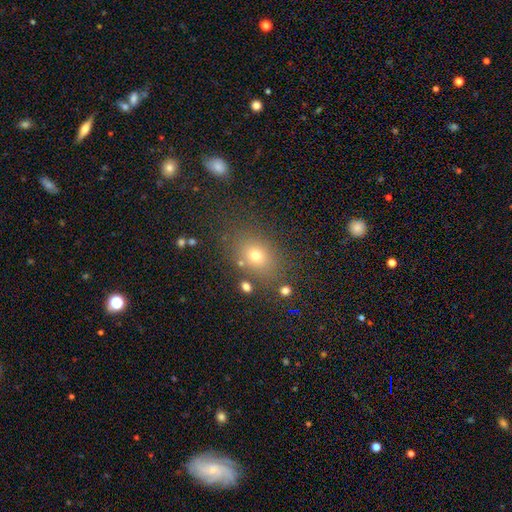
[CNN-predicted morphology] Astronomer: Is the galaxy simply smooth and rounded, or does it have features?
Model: smooth — 70%.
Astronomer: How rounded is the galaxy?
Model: in between — 63%.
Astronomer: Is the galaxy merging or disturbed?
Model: none — 79%.